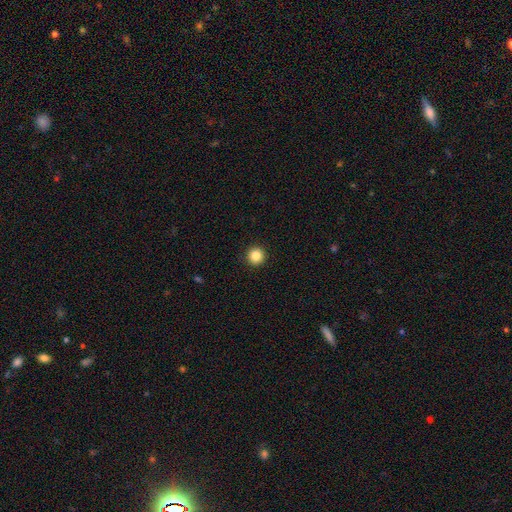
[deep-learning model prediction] Smooth or featured: smooth — 86% (star or artifact — 10%)
How rounded: round — 96% (in between — 3%)
Merging: none — 93% (minor disturbance — 4%)